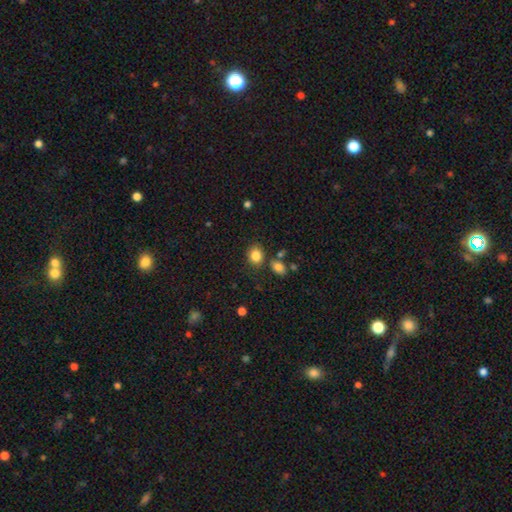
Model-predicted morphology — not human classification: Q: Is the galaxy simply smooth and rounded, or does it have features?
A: smooth — 84%.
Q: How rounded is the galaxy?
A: round — 60%.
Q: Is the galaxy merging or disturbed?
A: none — 76%.